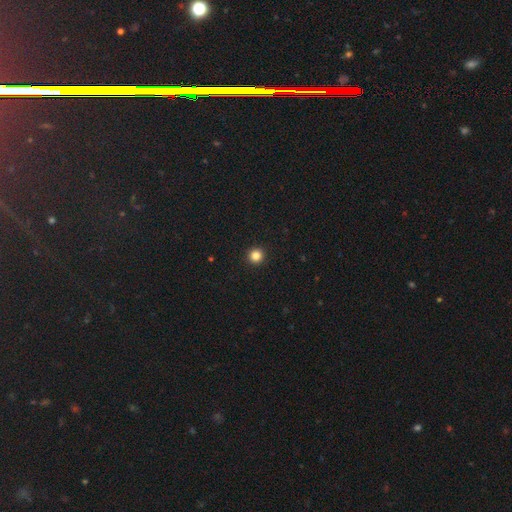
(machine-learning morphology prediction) type=smooth (84%); roundness=round (96%); merging=none (94%).